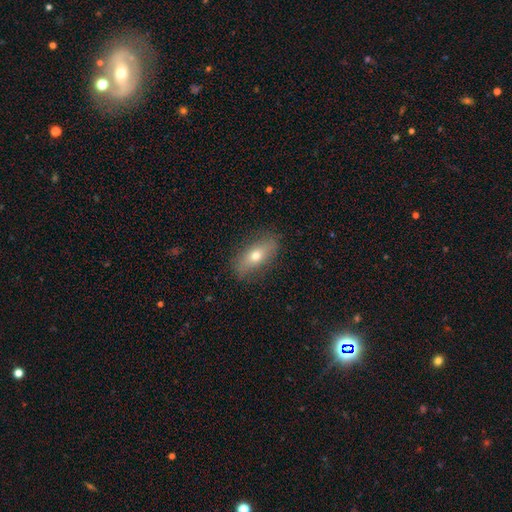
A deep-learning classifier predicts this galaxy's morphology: This is likely a smooth galaxy (61%). How rounded: likely in between (74%). Merging: clearly none (84%).